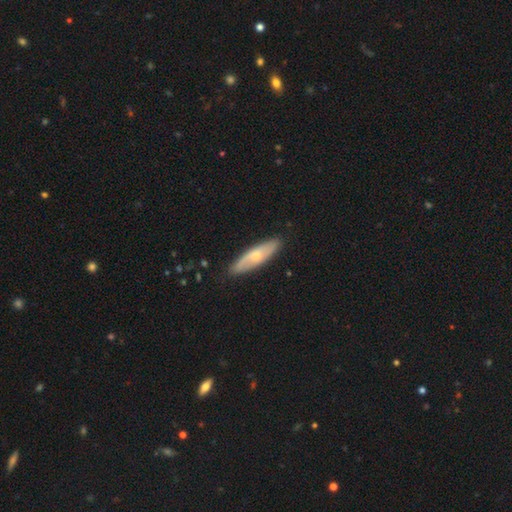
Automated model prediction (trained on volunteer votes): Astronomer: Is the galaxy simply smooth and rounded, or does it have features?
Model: smooth — 50% (runner-up: featured or disk, 44%).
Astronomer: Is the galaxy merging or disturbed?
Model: none — 85%.